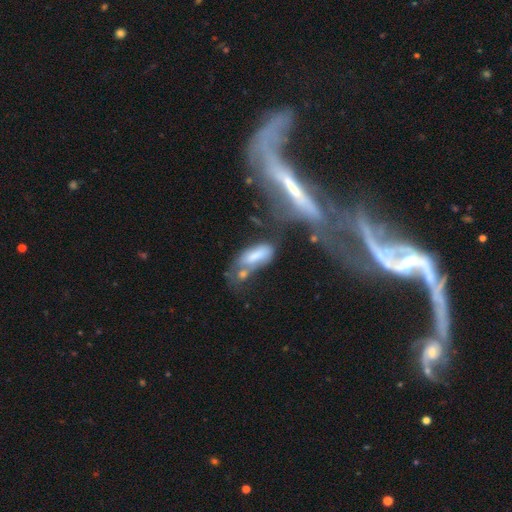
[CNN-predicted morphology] type=smooth (64%); roundness=in between (72%); merging=merger (39%).